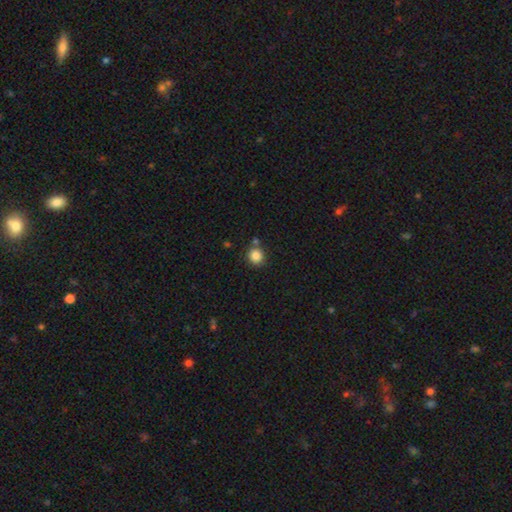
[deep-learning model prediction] This is clearly a smooth galaxy (85%). How rounded: clearly round (90%). Merging: likely none (79%).